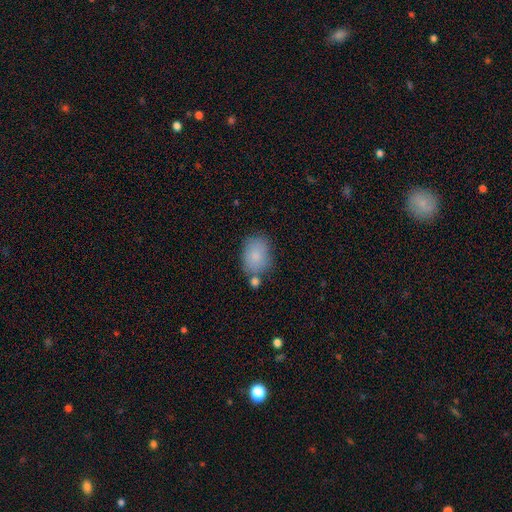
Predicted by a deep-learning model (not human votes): Q: Smooth or featured?
A: smooth (83%); runner-up: featured or disk (10%)
Q: How rounded?
A: in between (73%); runner-up: round (26%)
Q: Merging?
A: none (64%); runner-up: minor disturbance (19%)